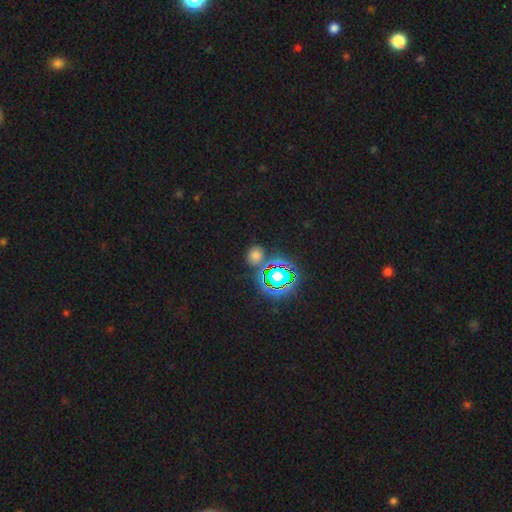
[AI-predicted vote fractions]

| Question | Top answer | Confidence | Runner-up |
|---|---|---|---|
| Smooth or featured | smooth | 55% | star or artifact (37%) |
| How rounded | round | 72% | in between (27%) |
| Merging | none | 76% | minor disturbance (11%) |